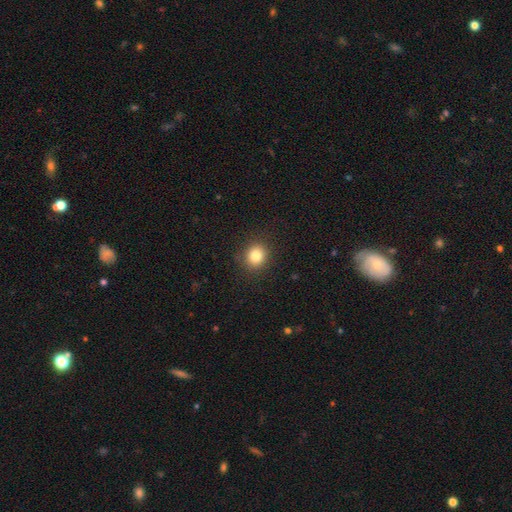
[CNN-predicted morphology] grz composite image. It shows a smooth galaxy with no disk features (83%) that is round (81%). Merging: none (89%).